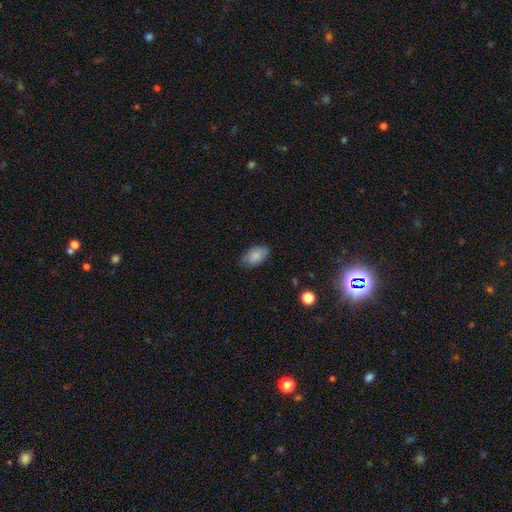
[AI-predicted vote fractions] Smooth or featured: smooth — 85% (featured or disk — 8%)
How rounded: in between — 93% (round — 5%)
Merging: none — 80% (minor disturbance — 16%)